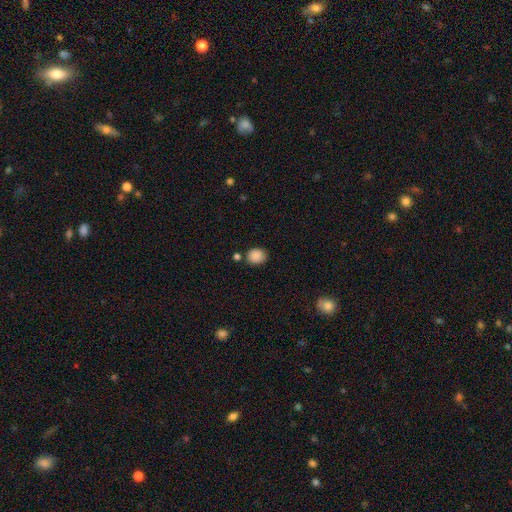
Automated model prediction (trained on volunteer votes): Smooth or featured?
  - smooth: 87% *
  - star or artifact: 9%
  - featured or disk: 4%
How rounded?
  - round: 65% *
  - in between: 34%
  - cigar-shaped: 1%
Merging?
  - none: 74% *
  - minor disturbance: 15%
  - merger: 8%
  - major disturbance: 4%